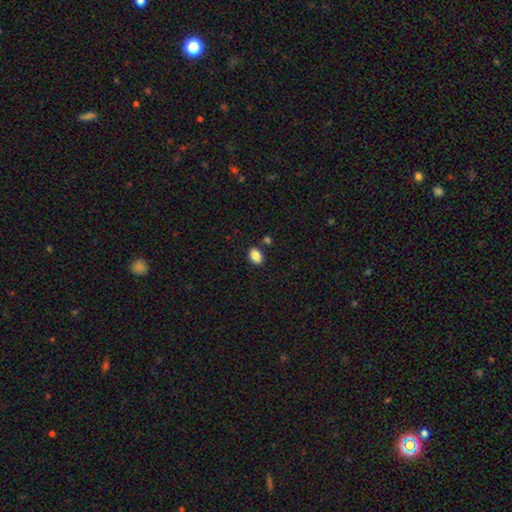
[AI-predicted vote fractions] A smooth galaxy with no disk features (87%) that is in between round and cigar-shaped (80%).

Vote fractions:
- Smooth or featured? smooth: 87% / star or artifact: 8% / featured or disk: 5%
- How rounded? in between: 80% / round: 19% / cigar-shaped: 1%
- Merging? none: 81% / minor disturbance: 10% / merger: 6% / major disturbance: 2%